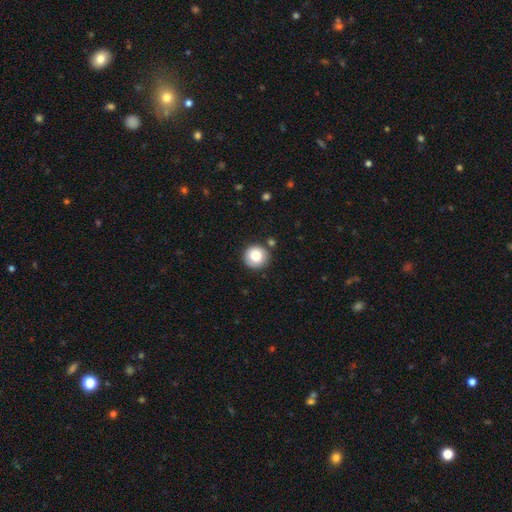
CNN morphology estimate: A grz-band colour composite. It shows a smooth galaxy with no disk features (82%) that is round (95%). Merging: none (84%).